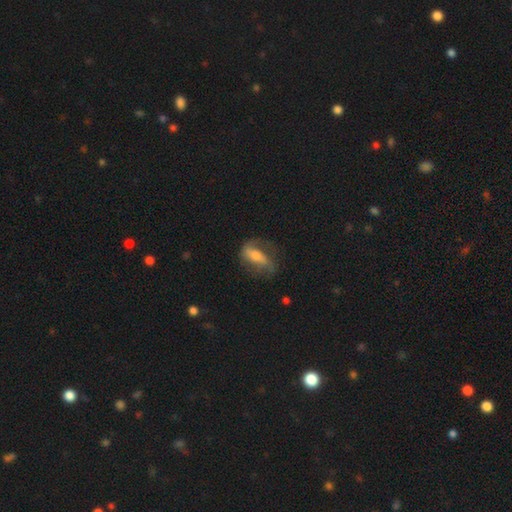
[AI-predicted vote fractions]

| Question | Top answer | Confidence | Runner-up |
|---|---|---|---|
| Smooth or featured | featured or disk | 58% | smooth (34%) |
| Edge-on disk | no | 86% | yes (14%) |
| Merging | none | 56% | minor disturbance (23%) |